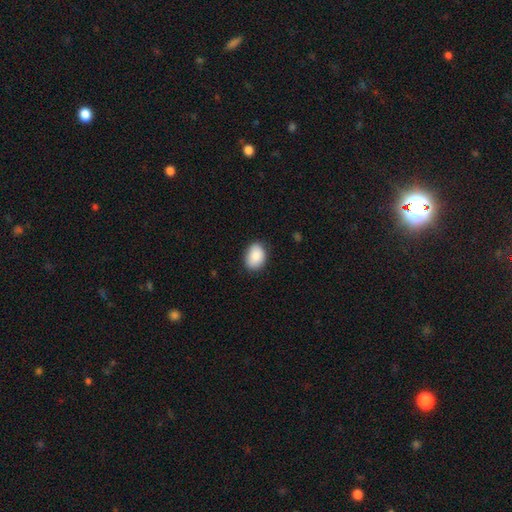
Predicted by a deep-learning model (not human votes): Smooth or featured: smooth — 88% (star or artifact — 7%)
How rounded: in between — 77% (round — 22%)
Merging: none — 83% (minor disturbance — 13%)